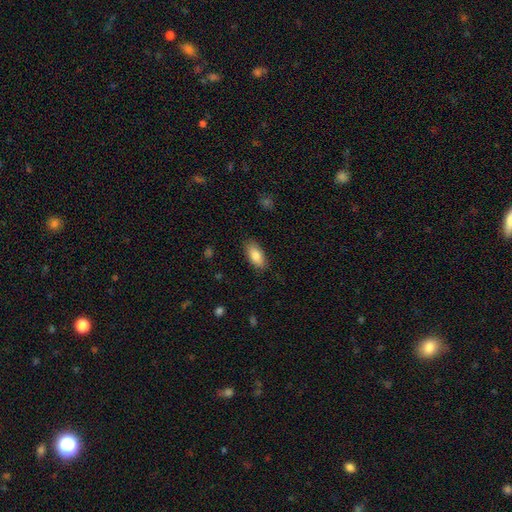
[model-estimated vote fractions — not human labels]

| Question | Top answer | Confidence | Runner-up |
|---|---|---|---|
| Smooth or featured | smooth | 84% | featured or disk (9%) |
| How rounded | in between | 90% | cigar-shaped (8%) |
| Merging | none | 85% | minor disturbance (11%) |